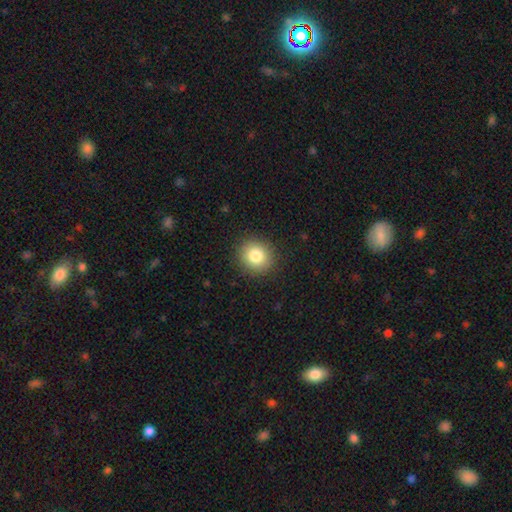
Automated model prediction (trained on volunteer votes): This appears to be a smooth galaxy with no disk features (82%) that is round (86%). Merging: none (90%).